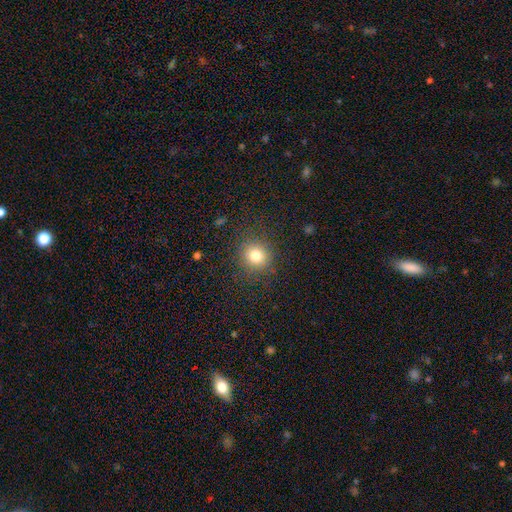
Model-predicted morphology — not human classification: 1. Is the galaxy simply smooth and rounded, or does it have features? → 80% smooth, 13% star or artifact, 7% featured or disk.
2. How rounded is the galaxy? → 87% round, 12% in between, 1% cigar-shaped.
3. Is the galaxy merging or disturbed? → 87% none, 8% minor disturbance, 4% major disturbance, 1% merger.